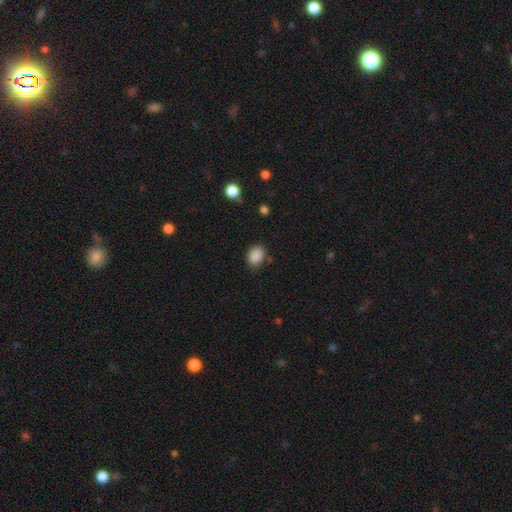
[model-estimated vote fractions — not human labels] Smooth or featured?
  - smooth: 88% *
  - star or artifact: 9%
  - featured or disk: 3%
How rounded?
  - in between: 65% *
  - round: 34%
  - cigar-shaped: 1%
Merging?
  - none: 78% *
  - minor disturbance: 16%
  - major disturbance: 4%
  - merger: 2%